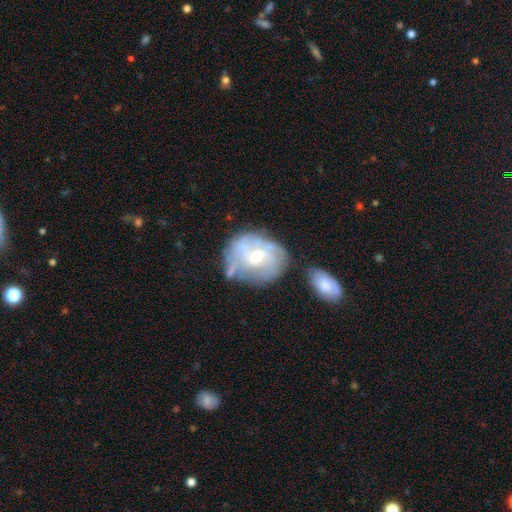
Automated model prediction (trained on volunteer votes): smooth-or-featured: featured or disk: 64% | smooth: 28% | star or artifact: 7%
  disk-edge-on: no: 97% | yes: 3%
    bar: no: 56% | weak: 38% | strong: 7%
    has-spiral-arms: yes: 62% | no: 38%
    bulge-size: moderate: 55% | small: 38% | large: 4% | none: 3% | dominant: 1%
  merging: none: 44% | minor disturbance: 25% | merger: 16% | major disturbance: 15%